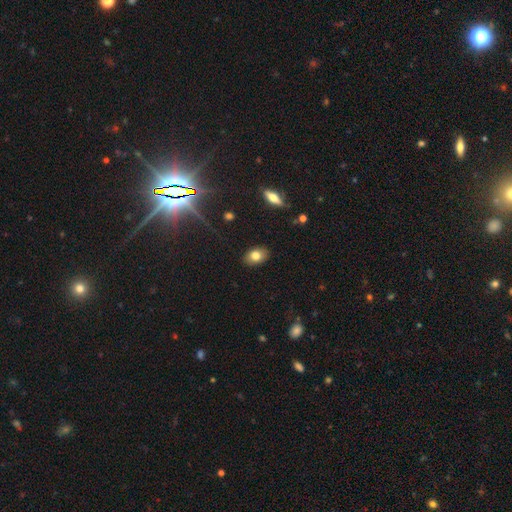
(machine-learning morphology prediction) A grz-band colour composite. It shows a smooth galaxy with no disk features (79%) that is in between round and cigar-shaped (82%). Merging: none (88%).